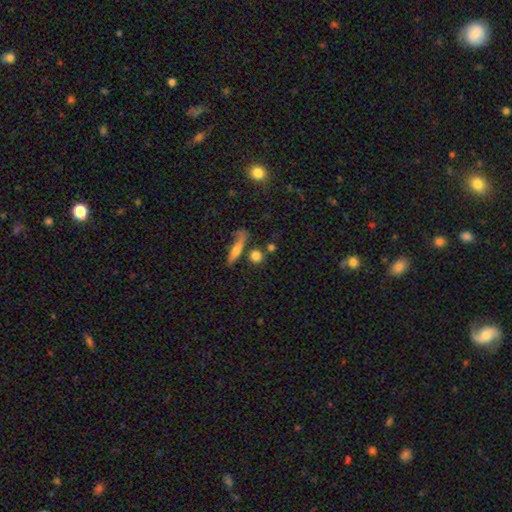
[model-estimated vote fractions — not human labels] Smooth or featured?
  - smooth: 77% *
  - featured or disk: 12%
  - star or artifact: 11%
How rounded?
  - round: 73% *
  - in between: 15%
  - cigar-shaped: 12%
Merging?
  - none: 68% *
  - merger: 15%
  - minor disturbance: 11%
  - major disturbance: 6%